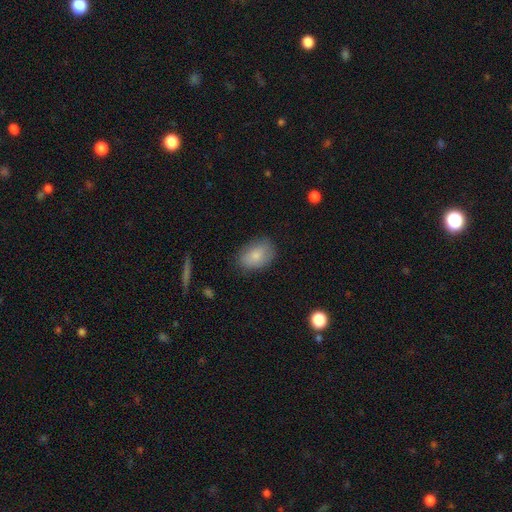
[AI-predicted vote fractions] Smooth or featured: smooth — 82% (featured or disk — 11%)
How rounded: in between — 84% (round — 15%)
Merging: none — 78% (minor disturbance — 17%)